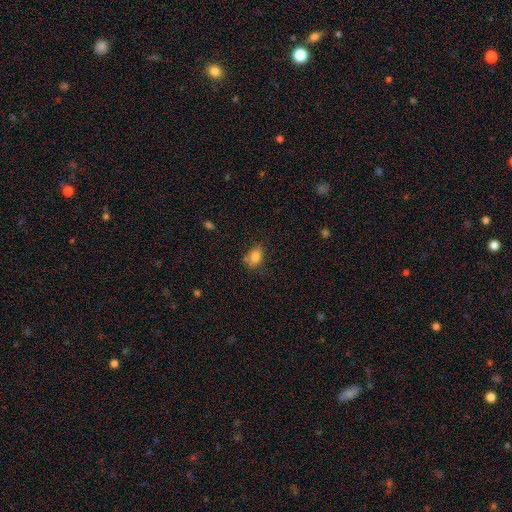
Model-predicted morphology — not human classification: smooth_or_featured: smooth (p=0.83) [alt: star or artifact p=0.10]
how_rounded: in between (p=0.79) [alt: round p=0.19]
merging: none (p=0.64) [alt: minor disturbance p=0.23]